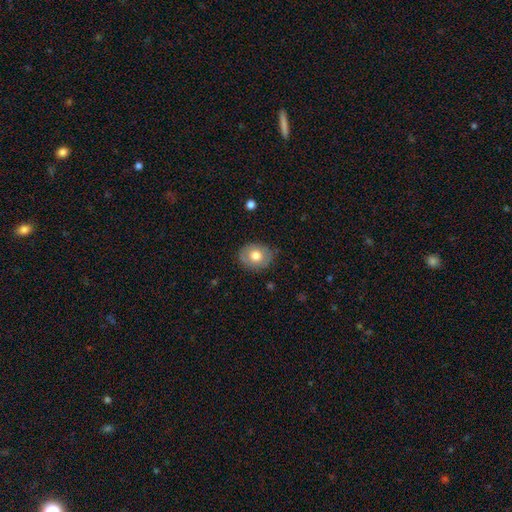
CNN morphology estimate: The model was most divided on "how rounded": round: 51%, in between: 49%, cigar-shaped: 1%. More confident: merging — none (81%); smooth or featured — smooth (70%).